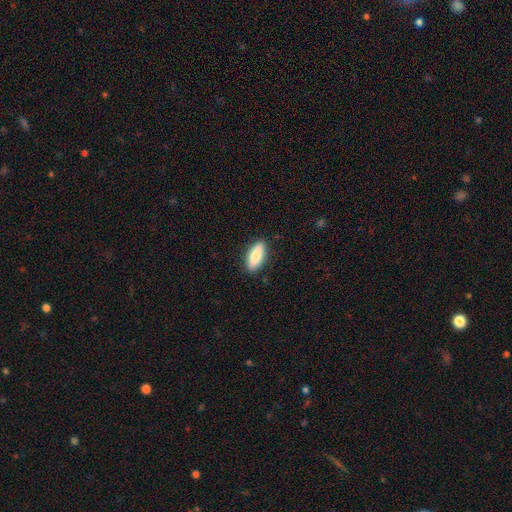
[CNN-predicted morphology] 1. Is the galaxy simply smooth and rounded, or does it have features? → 84% smooth, 10% featured or disk, 6% star or artifact.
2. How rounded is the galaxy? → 74% in between, 24% cigar-shaped, 2% round.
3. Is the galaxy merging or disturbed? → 88% none, 9% minor disturbance, 2% major disturbance, 1% merger.